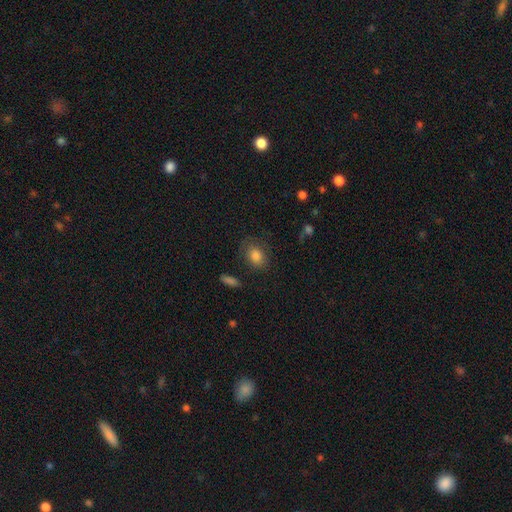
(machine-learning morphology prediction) smooth 82%, featured or disk 9%, star or artifact 9%. Down the decision tree: how rounded — in between (63%); merging — none (75%).